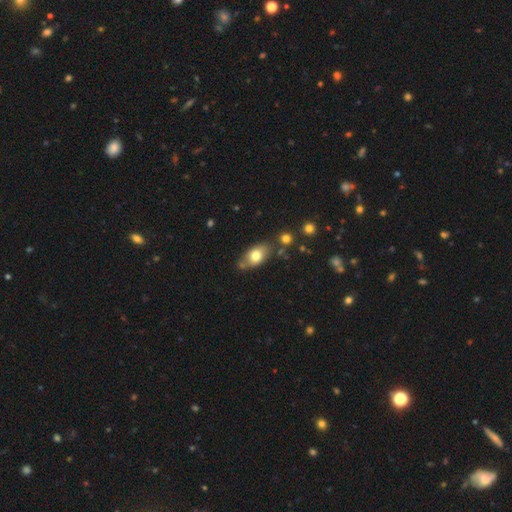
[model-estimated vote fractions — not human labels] Smooth or featured? Predicted: smooth (p=0.74). How rounded? Predicted: in between (p=0.86). Merging? Predicted: none (p=0.65).